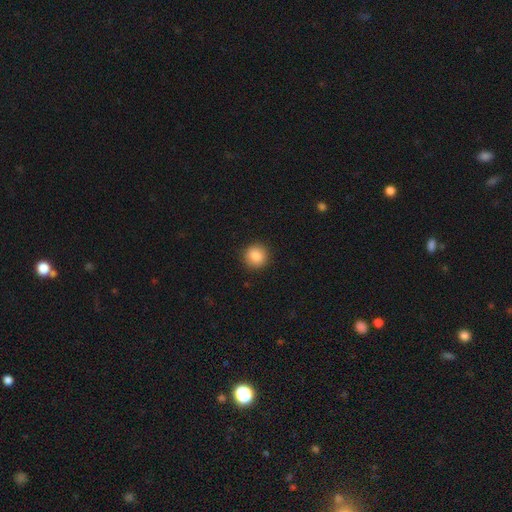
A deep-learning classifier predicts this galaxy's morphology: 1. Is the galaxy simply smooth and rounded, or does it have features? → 87% smooth, 9% star or artifact, 4% featured or disk.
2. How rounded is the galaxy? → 93% round, 6% in between, 1% cigar-shaped.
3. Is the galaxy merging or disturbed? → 91% none, 6% minor disturbance, 2% major disturbance, 1% merger.